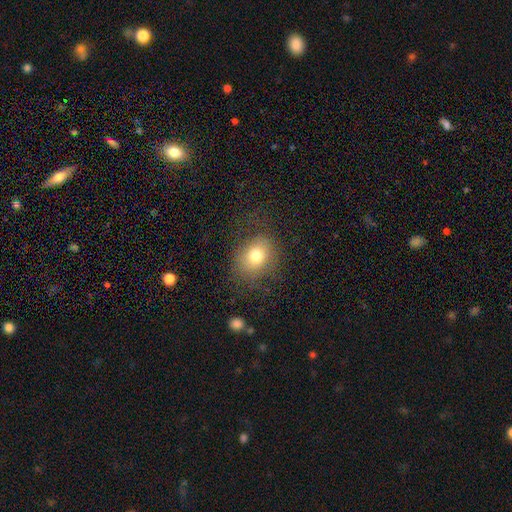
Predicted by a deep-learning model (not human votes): Smooth or featured?
  - smooth: 75% *
  - featured or disk: 14%
  - star or artifact: 12%
How rounded?
  - in between: 51% *
  - round: 48%
  - cigar-shaped: 1%
Merging?
  - none: 70% *
  - minor disturbance: 17%
  - major disturbance: 11%
  - merger: 1%